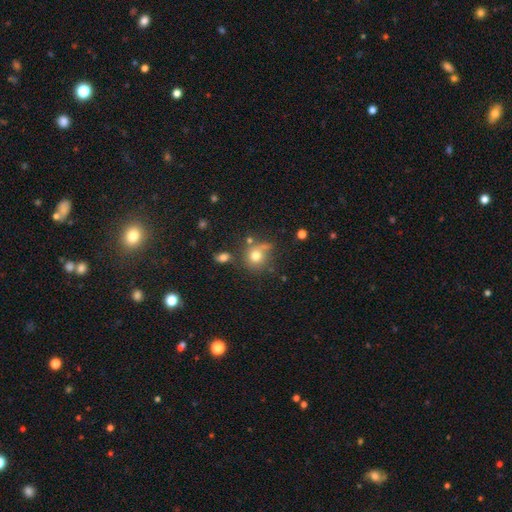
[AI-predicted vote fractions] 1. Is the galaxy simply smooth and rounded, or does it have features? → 75% smooth, 13% star or artifact, 12% featured or disk.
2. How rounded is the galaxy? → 83% round, 16% in between, 1% cigar-shaped.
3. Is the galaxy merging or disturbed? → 56% none, 20% minor disturbance, 13% merger, 11% major disturbance.